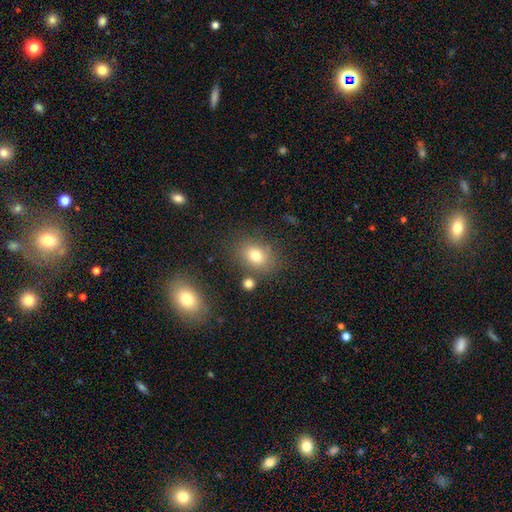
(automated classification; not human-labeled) This is likely a smooth galaxy (78%). How rounded: likely in between (63%). Merging: likely none (74%).